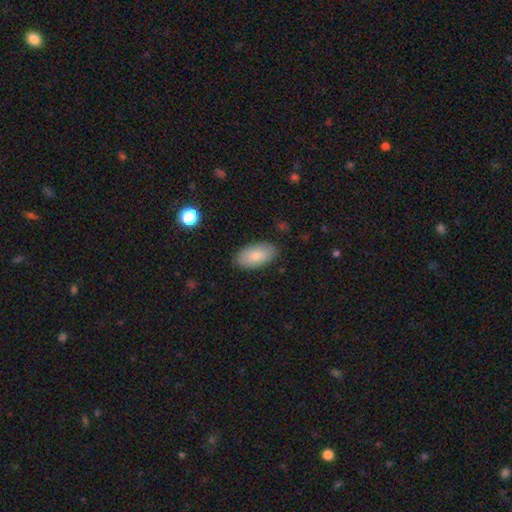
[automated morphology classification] A smooth galaxy with no disk features (82%) that is in between round and cigar-shaped (94%).

Vote fractions:
- Smooth or featured? smooth: 82% / featured or disk: 12% / star or artifact: 6%
- How rounded? in between: 94% / round: 3% / cigar-shaped: 2%
- Merging? none: 86% / minor disturbance: 10% / major disturbance: 2% / merger: 1%